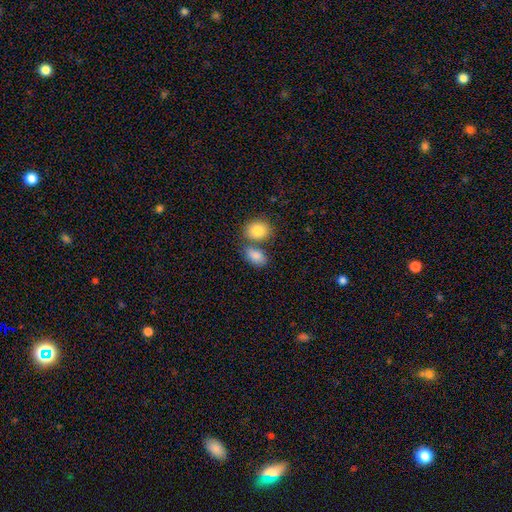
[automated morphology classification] smooth 85%, star or artifact 8%, featured or disk 7%. Down the decision tree: how rounded — in between (84%); merging — none (49%).